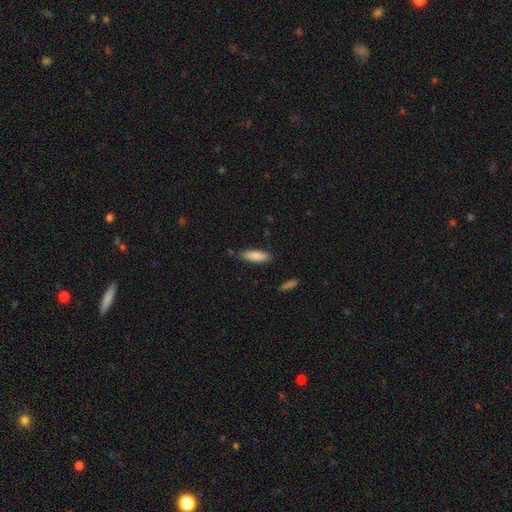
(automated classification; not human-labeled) smooth_or_featured: smooth (p=0.86) [alt: featured or disk p=0.08]
how_rounded: cigar-shaped (p=0.50) [alt: in between p=0.48]
merging: none (p=0.77) [alt: minor disturbance p=0.16]